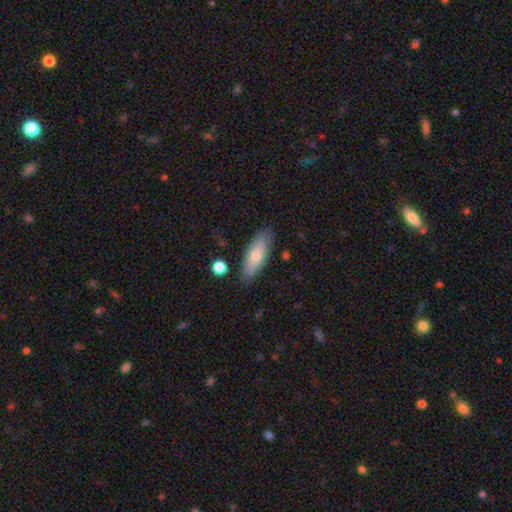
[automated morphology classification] A smooth galaxy with no disk features (71%) that is in between round and cigar-shaped (69%).

Vote fractions:
- Smooth or featured? smooth: 71% / featured or disk: 23% / star or artifact: 6%
- How rounded? in between: 69% / cigar-shaped: 29% / round: 2%
- Merging? none: 84% / minor disturbance: 11% / major disturbance: 2% / merger: 2%